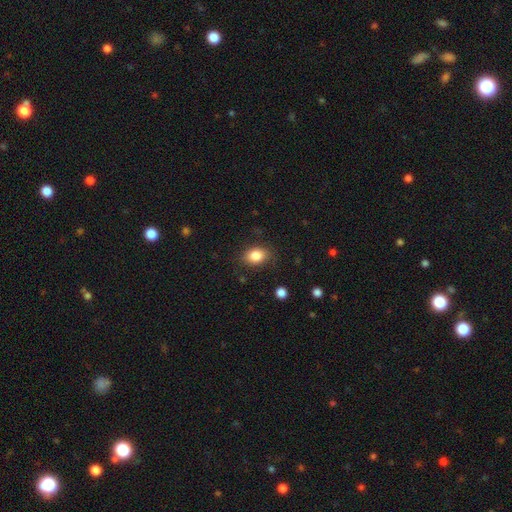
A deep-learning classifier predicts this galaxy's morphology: A smooth galaxy with no disk features (85%) that is in between round and cigar-shaped (73%).

Vote fractions:
- Smooth or featured? smooth: 85% / star or artifact: 9% / featured or disk: 6%
- How rounded? in between: 73% / round: 26% / cigar-shaped: 1%
- Merging? none: 83% / minor disturbance: 12% / major disturbance: 3% / merger: 1%